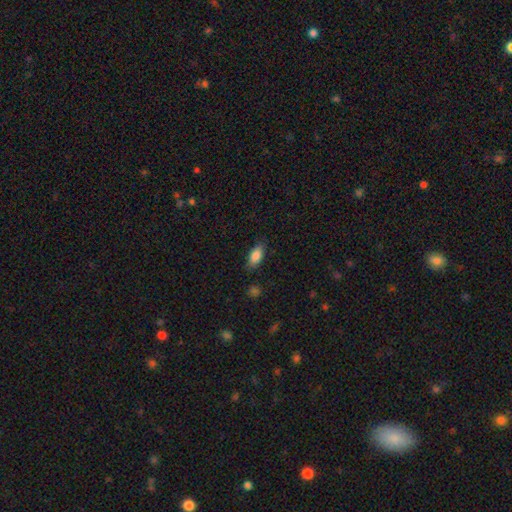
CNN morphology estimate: The model was most divided on "merging": none: 83%, minor disturbance: 13%, major disturbance: 3%, merger: 1%. More confident: how rounded — in between (87%); smooth or featured — smooth (85%).